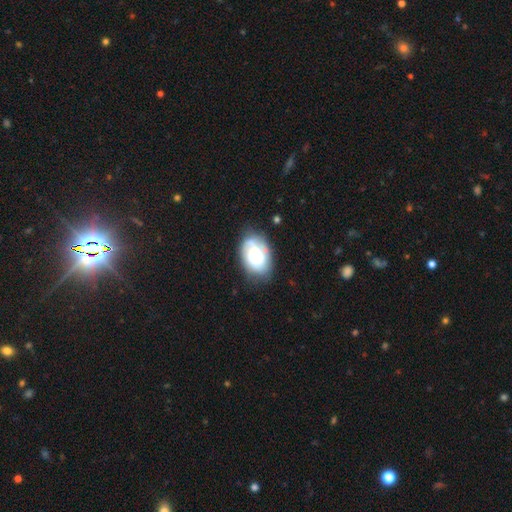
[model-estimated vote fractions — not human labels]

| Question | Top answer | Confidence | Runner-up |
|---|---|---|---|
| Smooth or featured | featured or disk | 48% | smooth (44%) |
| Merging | none | 66% | minor disturbance (23%) |